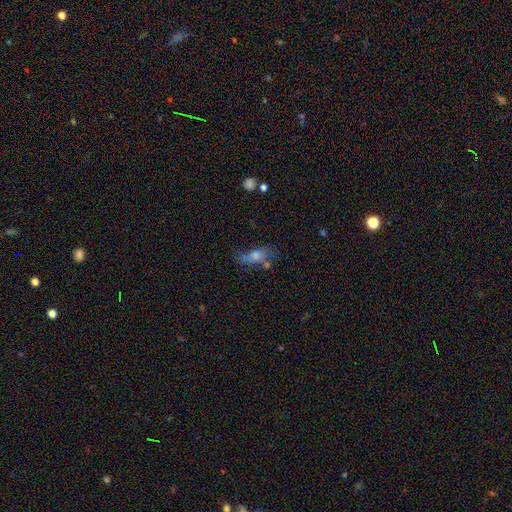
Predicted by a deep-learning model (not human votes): This is possibly a smooth galaxy (47%). Merging: possibly none (53%).